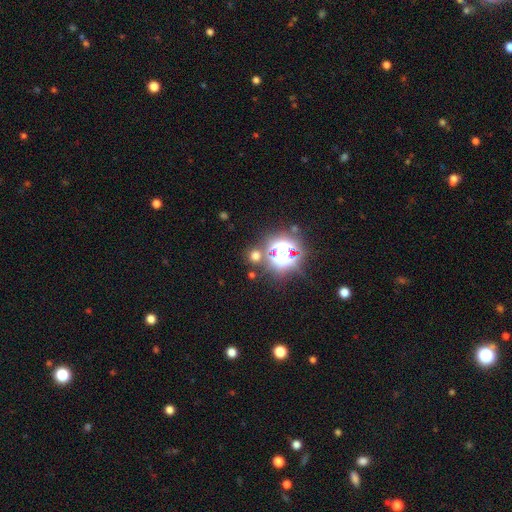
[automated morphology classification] type=smooth (51%); roundness=round (88%); merging=none (78%).